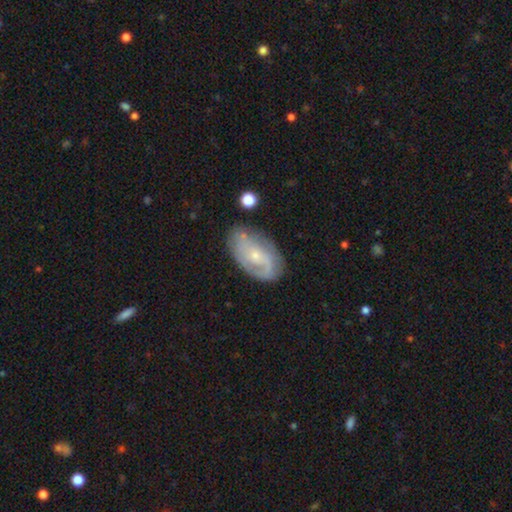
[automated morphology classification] Overall: featured or disk (66%; smooth 28%). Edge-on disk: no (95%). Bar: no (70%). Spiral arms: yes (76%). Bulge size: small (71%). Merging: none (68%).